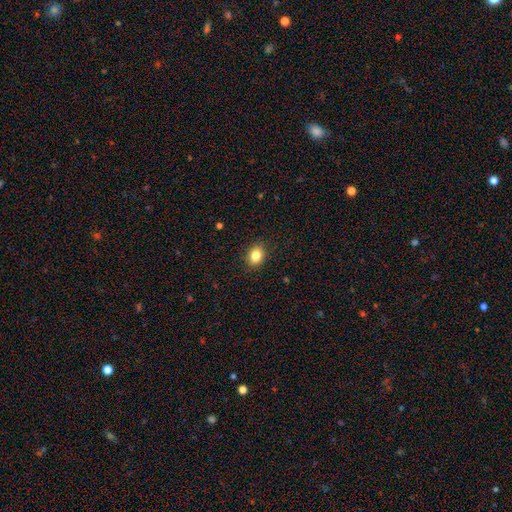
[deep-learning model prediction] The model was most divided on "how rounded": in between: 56%, round: 43%, cigar-shaped: 1%. More confident: merging — none (89%); smooth or featured — smooth (84%).